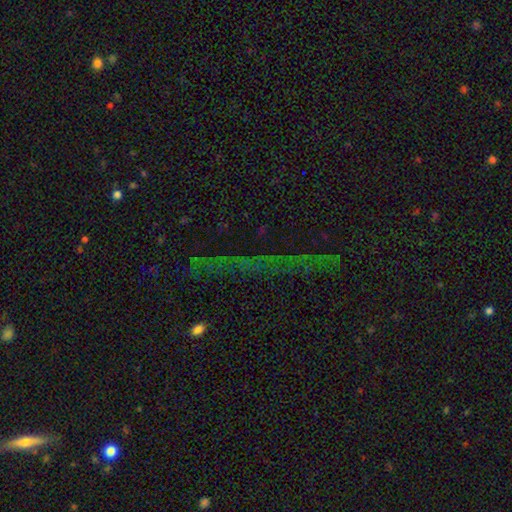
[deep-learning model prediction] Overall: star or artifact (75%).